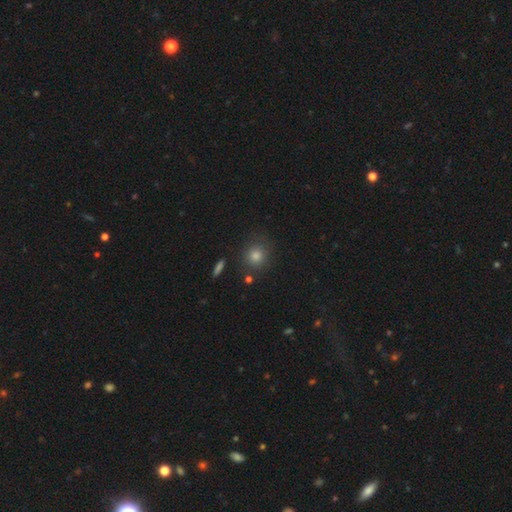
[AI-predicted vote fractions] Morphology: type=smooth (79%); roundness=round (84%); merging=none (84%).